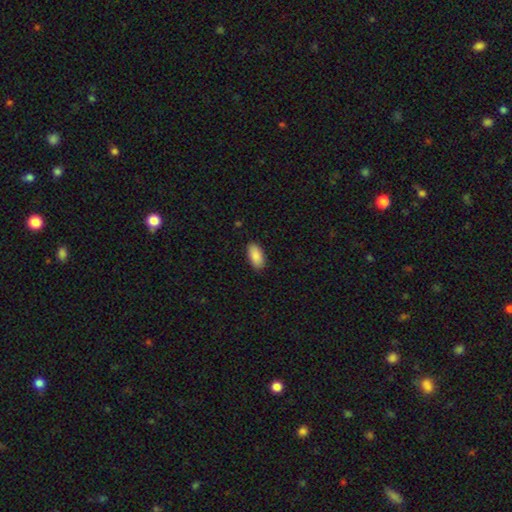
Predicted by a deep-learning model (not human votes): Smooth or featured?
  - smooth: 89% *
  - star or artifact: 6%
  - featured or disk: 5%
How rounded?
  - in between: 93% *
  - cigar-shaped: 5%
  - round: 2%
Merging?
  - none: 88% *
  - minor disturbance: 9%
  - major disturbance: 2%
  - merger: 1%